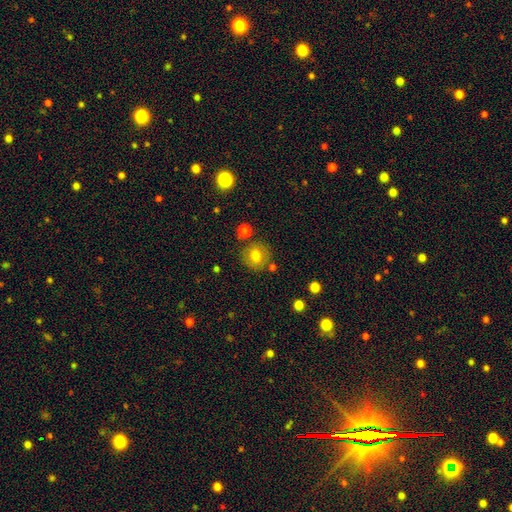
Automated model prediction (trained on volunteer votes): Smooth or featured: smooth — 74% (featured or disk — 15%)
How rounded: round — 84% (in between — 15%)
Merging: none — 78% (minor disturbance — 12%)